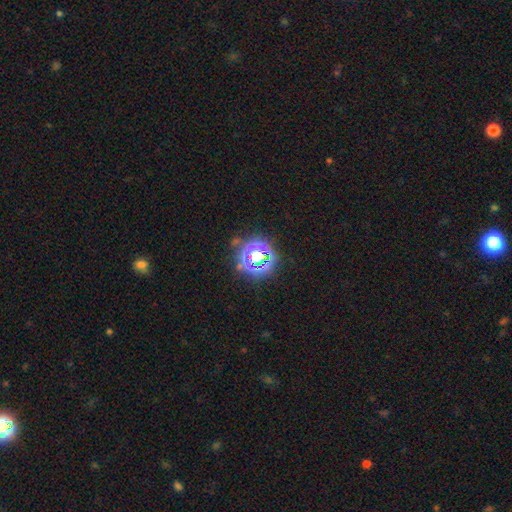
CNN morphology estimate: smooth-or-featured: star or artifact: 58% | smooth: 31% | featured or disk: 12%